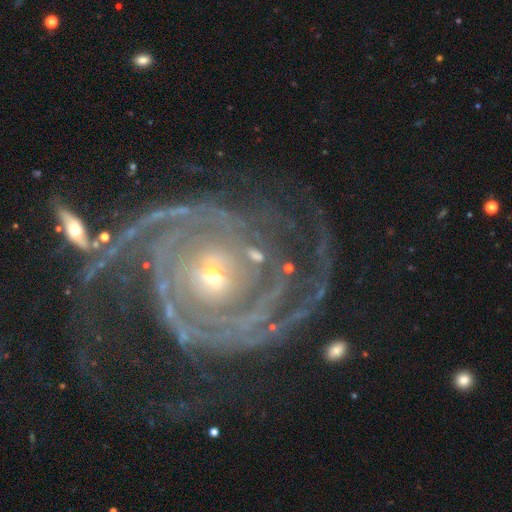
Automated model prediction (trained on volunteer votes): featured or disk 85%, star or artifact 8%, smooth 7%. Down the decision tree: edge-on disk — no (97%); bar — no (54%); spiral arms — yes (94%); spiral arm count — can't tell (27%); spiral winding — tight (69%); bulge size — small (70%); merging — none (63%).